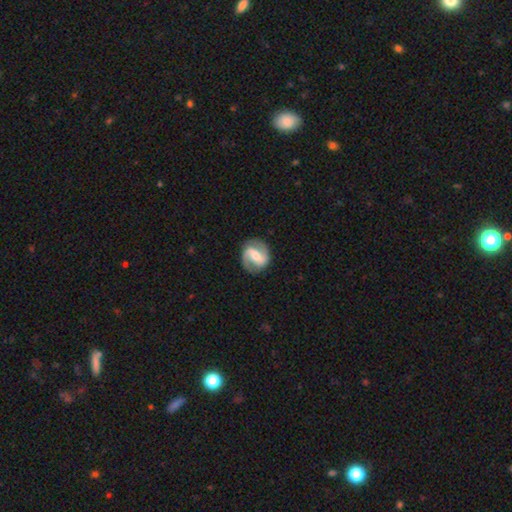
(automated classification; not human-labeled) The model was most divided on "bar": strong: 43%, weak: 39%, no: 18%. More confident: edge-on disk — no (98%); spiral arms — yes (95%); spiral arm count — 2 (92%); merging — none (85%); smooth or featured — featured or disk (84%); bulge size — moderate (57%); spiral winding — medium (51%).